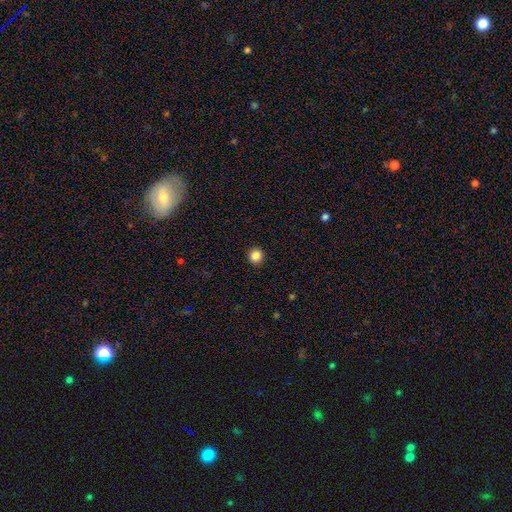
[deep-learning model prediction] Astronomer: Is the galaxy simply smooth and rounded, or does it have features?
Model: smooth — 85%.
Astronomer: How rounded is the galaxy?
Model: round — 90%.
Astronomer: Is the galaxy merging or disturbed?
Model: none — 93%.